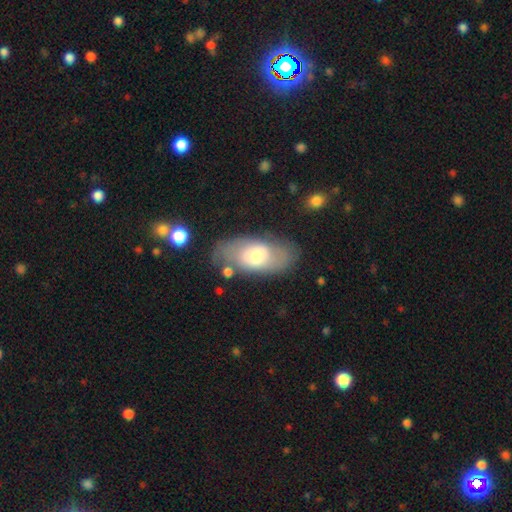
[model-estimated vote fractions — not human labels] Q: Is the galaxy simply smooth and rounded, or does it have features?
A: smooth — 53%.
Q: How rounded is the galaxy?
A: in between — 90%.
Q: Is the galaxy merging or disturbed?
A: none — 72%.